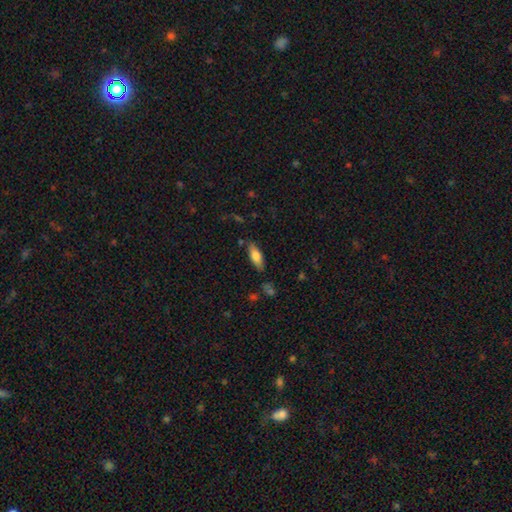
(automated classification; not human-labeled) Overall: smooth (71%). How rounded: in between (64%; cigar-shaped 34%). Merging: none (80%).